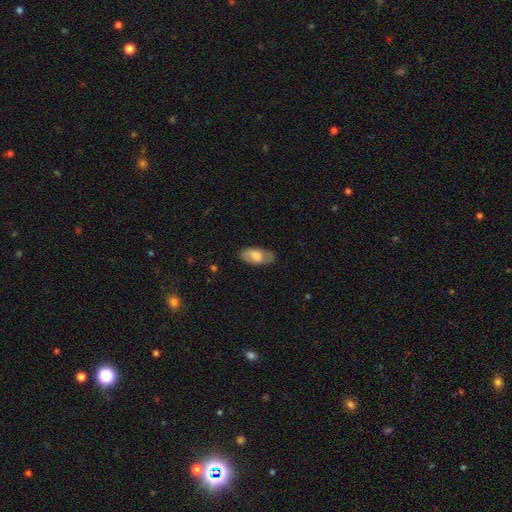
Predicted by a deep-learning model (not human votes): Smooth or featured? Predicted: smooth (p=0.69). How rounded? Predicted: in between (p=0.92). Merging? Predicted: none (p=0.75).